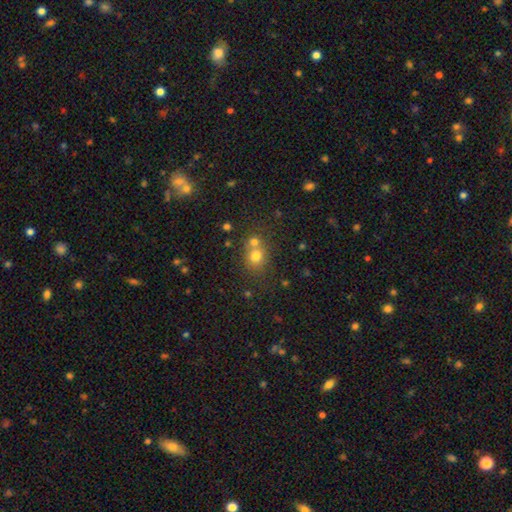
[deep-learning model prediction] Smooth or featured: smooth — 72% (star or artifact — 16%)
How rounded: round — 71% (in between — 28%)
Merging: none — 45% (merger — 43%)